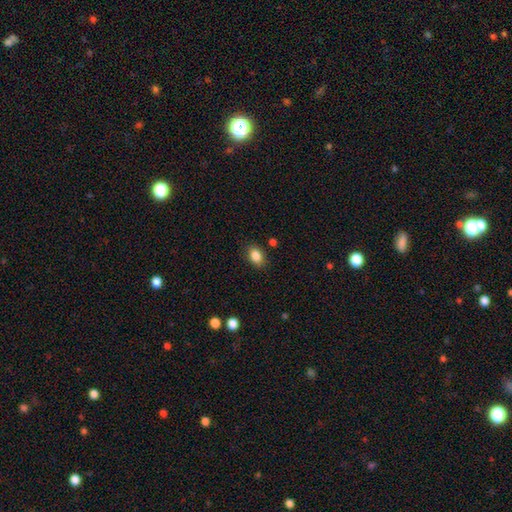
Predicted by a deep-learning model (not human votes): Morphology: type=smooth (86%); roundness=in between (80%); merging=none (84%).